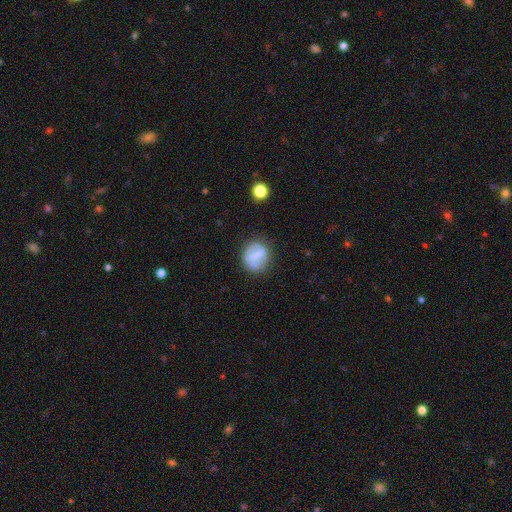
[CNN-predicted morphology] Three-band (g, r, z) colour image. It shows a smooth galaxy with no disk features (65%) that is round (73%). Merging: none (71%).